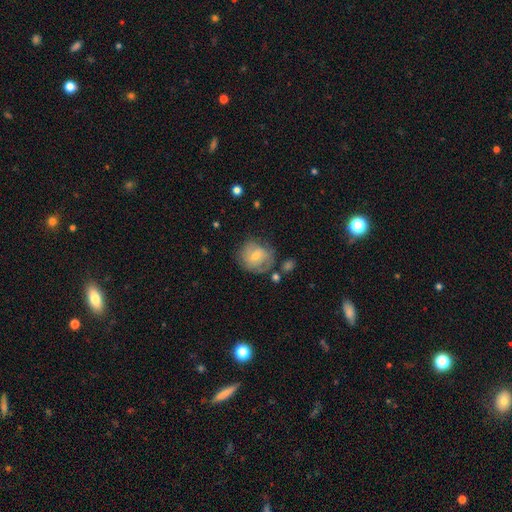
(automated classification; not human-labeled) Smooth or featured?
  - featured or disk: 52% *
  - smooth: 38%
  - star or artifact: 10%
Edge-on disk?
  - no: 96% *
  - yes: 4%
Merging?
  - none: 66% *
  - minor disturbance: 20%
  - major disturbance: 8%
  - merger: 6%